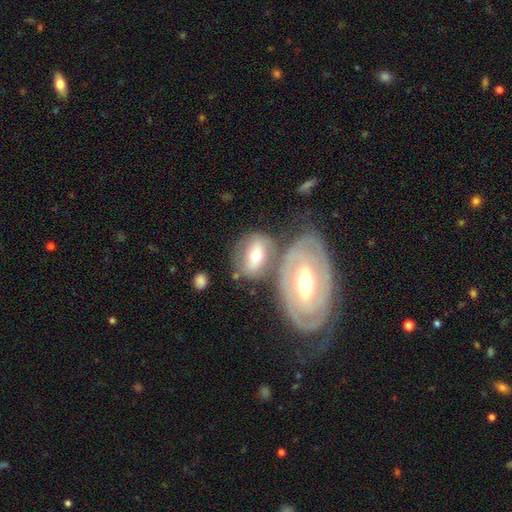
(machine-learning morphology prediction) featured or disk 50%, smooth 44%, star or artifact 6%. Down the decision tree: edge-on disk — no (86%); merging — none (46%).